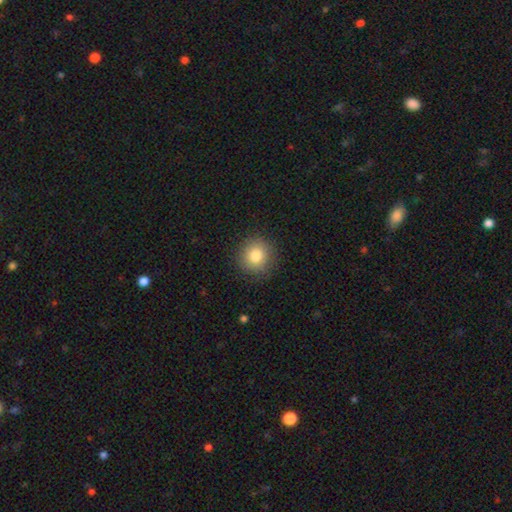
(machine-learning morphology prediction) This is clearly a smooth galaxy (82%). How rounded: clearly round (91%). Merging: clearly none (88%).